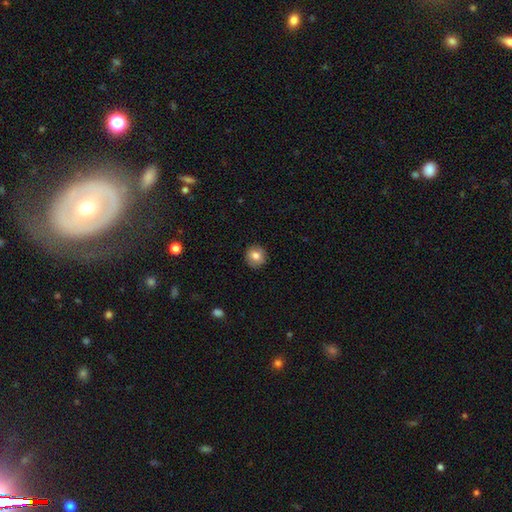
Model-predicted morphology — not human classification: smooth-or-featured: smooth: 79% | featured or disk: 12% | star or artifact: 9%
  how-rounded: round: 91% | in between: 8% | cigar-shaped: 1%
  merging: none: 89% | minor disturbance: 8% | major disturbance: 2% | merger: 1%